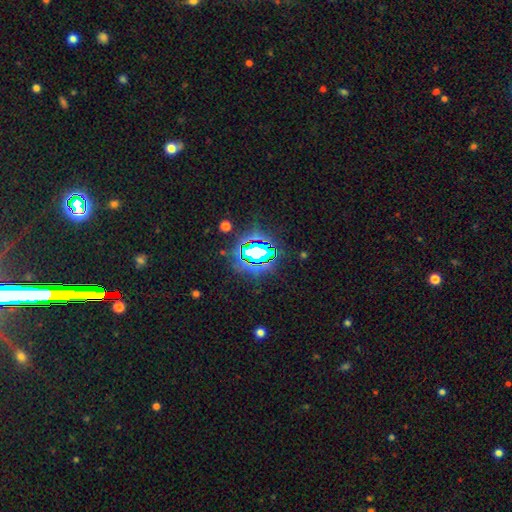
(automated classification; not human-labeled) Smooth or featured: star or artifact — 71% (smooth — 17%)